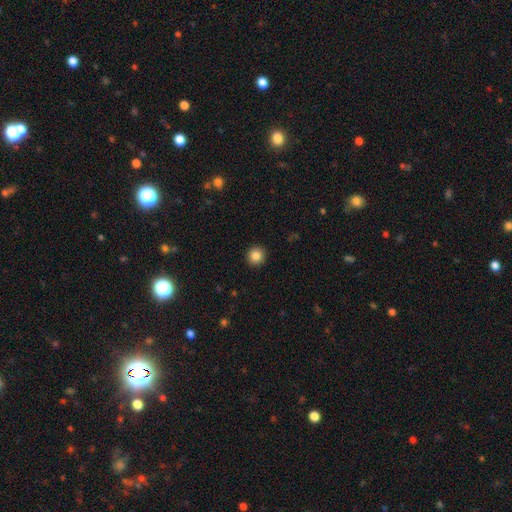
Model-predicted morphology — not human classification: Q: Smooth or featured?
A: smooth (85%); runner-up: star or artifact (10%)
Q: How rounded?
A: round (94%); runner-up: in between (5%)
Q: Merging?
A: none (93%); runner-up: minor disturbance (4%)